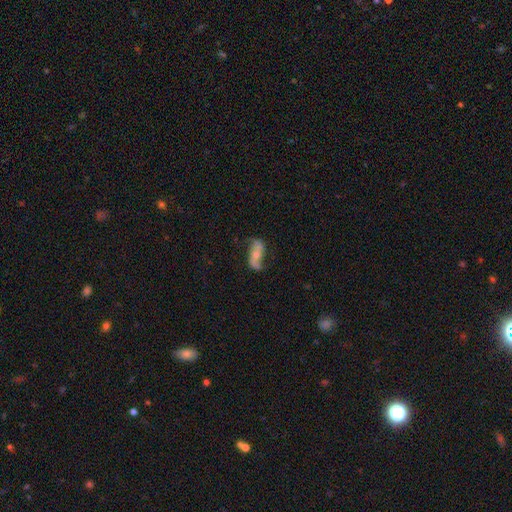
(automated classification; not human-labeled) Morphology: type=featured or disk (72%); edge-on=no (92%); bar=no (56%); spiral arms=yes (89%); winding=loose (78%); arm count=2 (91%); bulge=moderate (50%); merging=none (69%).